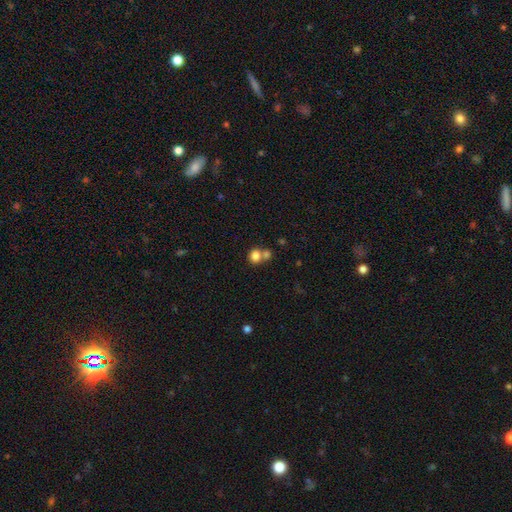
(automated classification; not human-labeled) Smooth or featured? smooth (80%)
How rounded? round (71%)
Merging? merger (47%)